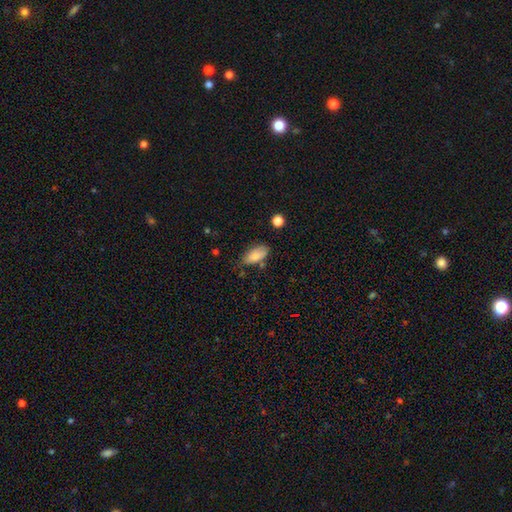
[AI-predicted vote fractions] smooth-or-featured: smooth: 84% | featured or disk: 9% | star or artifact: 7%
  how-rounded: in between: 89% | cigar-shaped: 9% | round: 3%
  merging: none: 67% | minor disturbance: 23% | major disturbance: 5% | merger: 5%